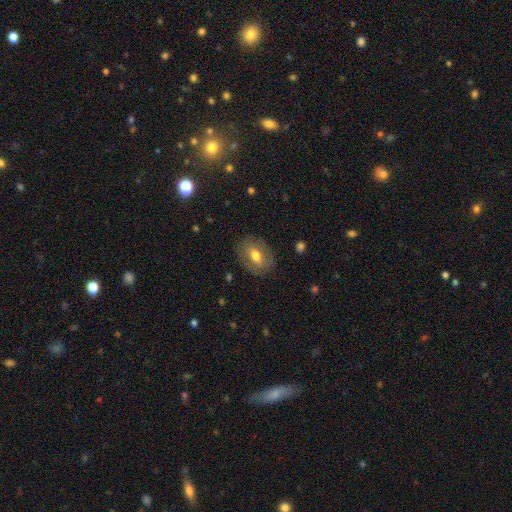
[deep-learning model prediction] This is possibly a smooth galaxy (58%). How rounded: likely in between (71%). Merging: clearly none (82%).